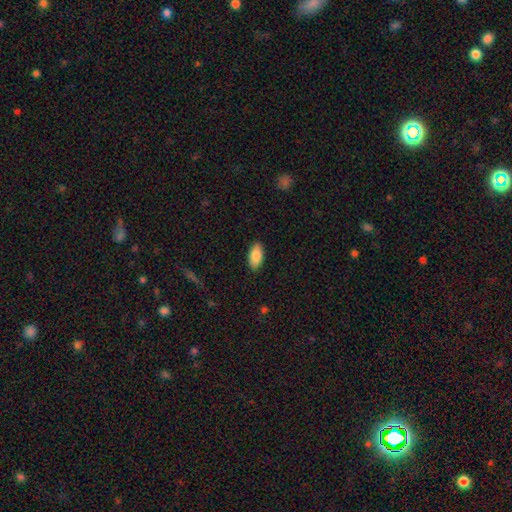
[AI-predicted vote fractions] Smooth or featured: smooth — 87% (featured or disk — 7%)
How rounded: in between — 91% (cigar-shaped — 6%)
Merging: none — 88% (minor disturbance — 9%)